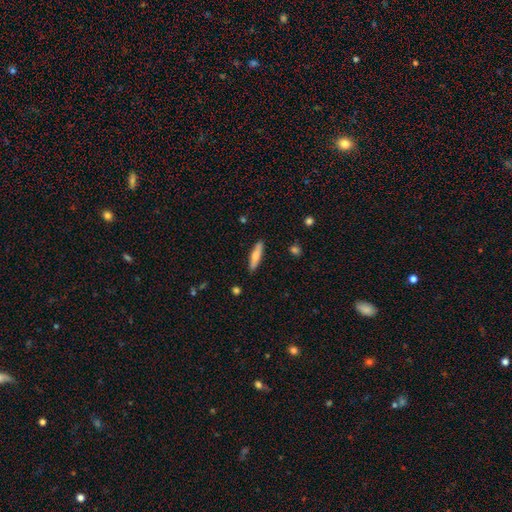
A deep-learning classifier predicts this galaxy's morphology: Smooth or featured? smooth (69%)
How rounded? cigar-shaped (78%)
Merging? none (88%)